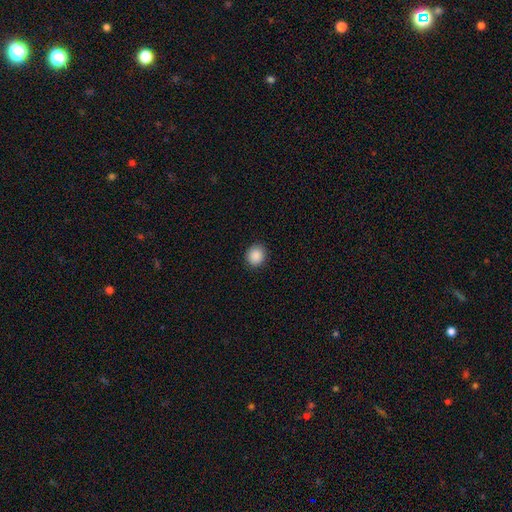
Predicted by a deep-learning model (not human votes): This is clearly a smooth galaxy (89%). How rounded: clearly round (81%). Merging: clearly none (91%).